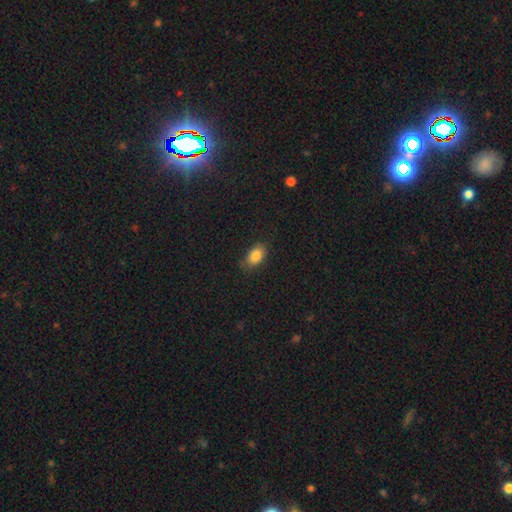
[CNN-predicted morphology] smooth 85%, star or artifact 9%, featured or disk 6%. Down the decision tree: how rounded — in between (88%); merging — none (80%).